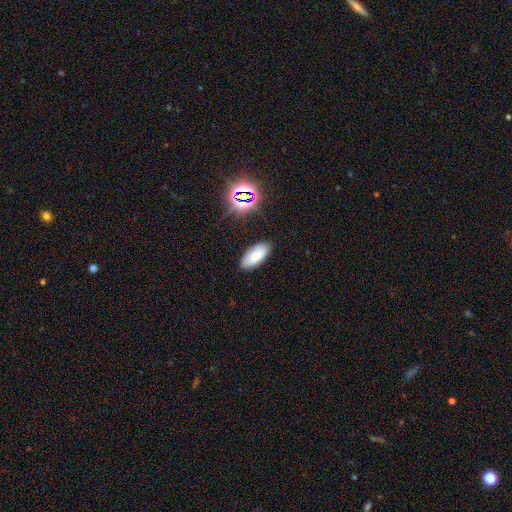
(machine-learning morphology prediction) The model was most divided on "smooth or featured": smooth: 81%, star or artifact: 11%, featured or disk: 8%. More confident: how rounded — in between (89%); merging — none (86%).